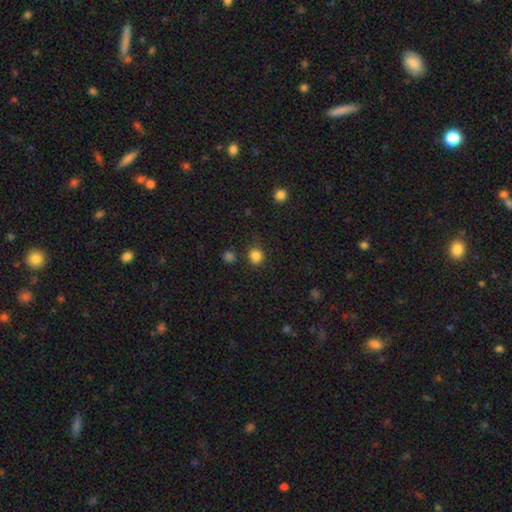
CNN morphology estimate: type=smooth (84%); roundness=round (82%); merging=none (83%).